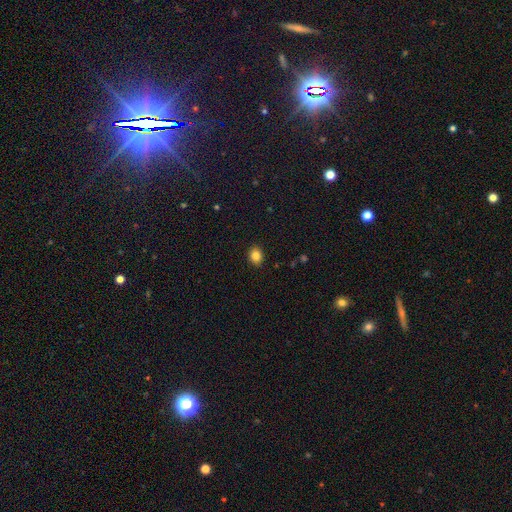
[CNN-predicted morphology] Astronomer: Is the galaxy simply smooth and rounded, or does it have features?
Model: smooth — 85%.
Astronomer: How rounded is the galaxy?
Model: round — 51% (runner-up: in between, 48%).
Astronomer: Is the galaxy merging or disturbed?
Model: none — 90%.